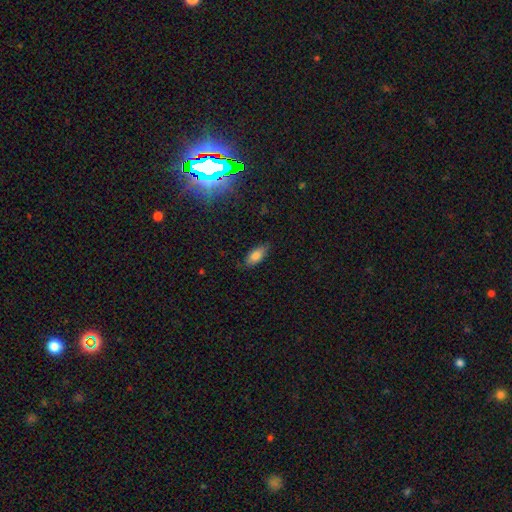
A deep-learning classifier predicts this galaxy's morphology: Q: Smooth or featured?
A: smooth (81%); runner-up: featured or disk (11%)
Q: How rounded?
A: in between (86%); runner-up: cigar-shaped (12%)
Q: Merging?
A: none (79%); runner-up: minor disturbance (16%)